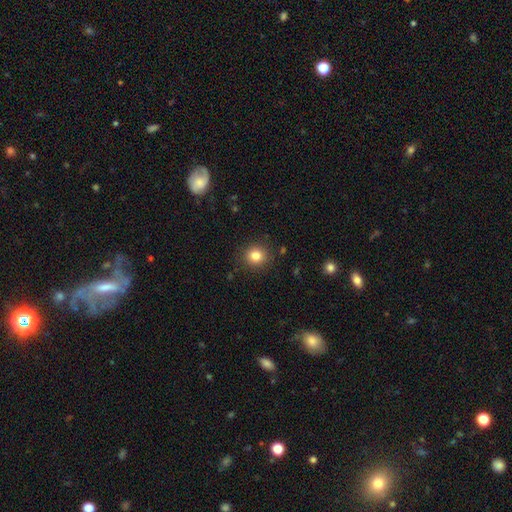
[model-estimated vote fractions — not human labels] This appears to be a smooth galaxy with no disk features (82%) that is round (90%). Merging: none (89%).